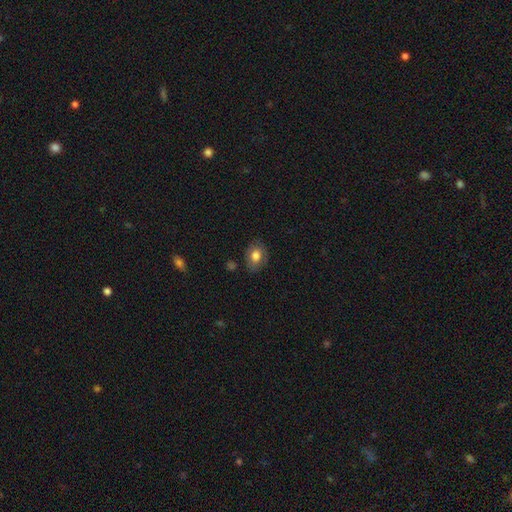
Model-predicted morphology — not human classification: Smooth or featured? Predicted: smooth (p=0.77). How rounded? Predicted: in between (p=0.68). Merging? Predicted: none (p=0.81).